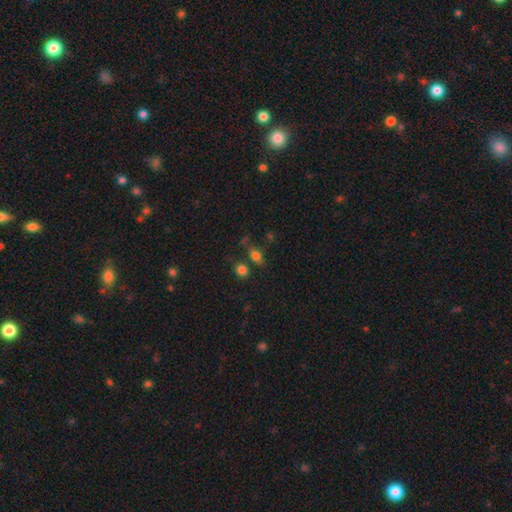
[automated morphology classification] Overall: smooth (74%). How rounded: in between (63%; round 32%). Merging: none (64%).